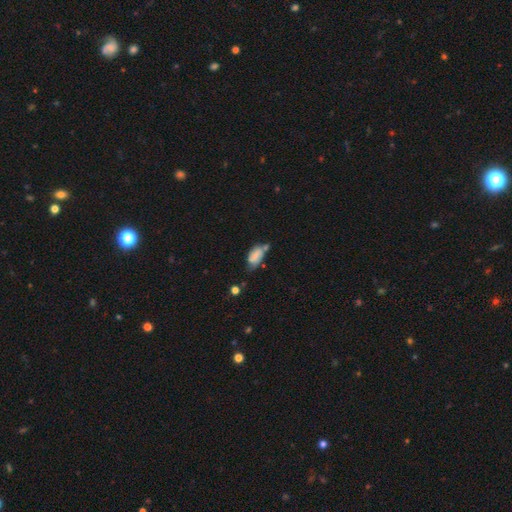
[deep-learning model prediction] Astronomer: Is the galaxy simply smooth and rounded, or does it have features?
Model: smooth — 72%.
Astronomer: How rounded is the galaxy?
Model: in between — 90%.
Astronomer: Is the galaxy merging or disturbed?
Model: minor disturbance — 35% (runner-up: none, 33%).